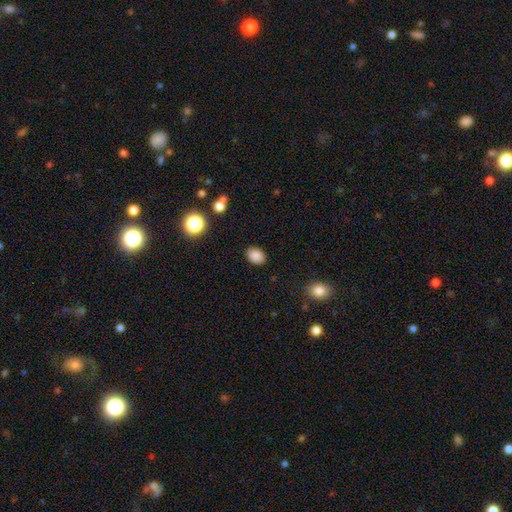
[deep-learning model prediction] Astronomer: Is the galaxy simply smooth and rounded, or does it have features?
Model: smooth — 86%.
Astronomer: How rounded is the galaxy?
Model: in between — 71%.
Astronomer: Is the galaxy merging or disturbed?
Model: none — 88%.